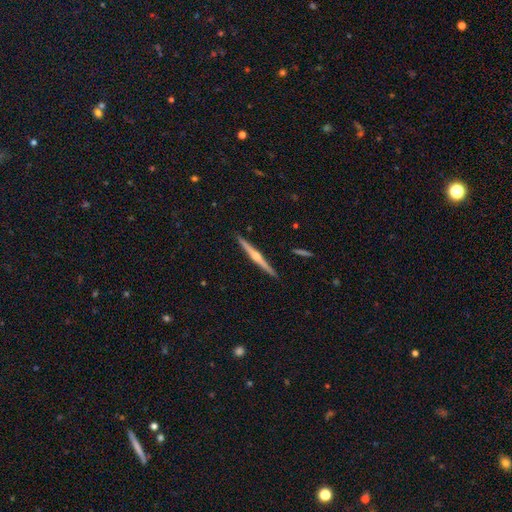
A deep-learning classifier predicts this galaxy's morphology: This is clearly a featured or disk galaxy (81%). It is clearly viewed edge-on (99%). Edge-on bulge: clearly rounded (87%). Merging: clearly none (92%).